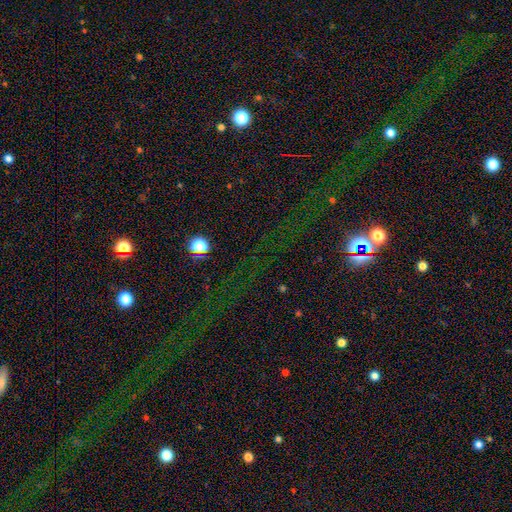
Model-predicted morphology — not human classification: A star or artifact, not a galaxy (71%).

Vote fractions:
- Smooth or featured? star or artifact: 71% / smooth: 19% / featured or disk: 10%